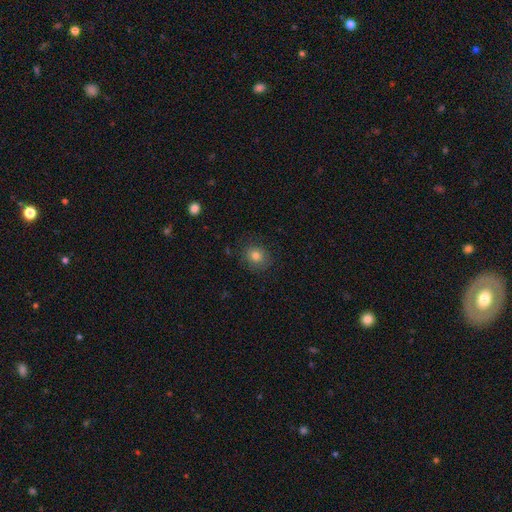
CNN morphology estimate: This is clearly a smooth galaxy (80%). How rounded: likely round (76%). Merging: clearly none (84%).